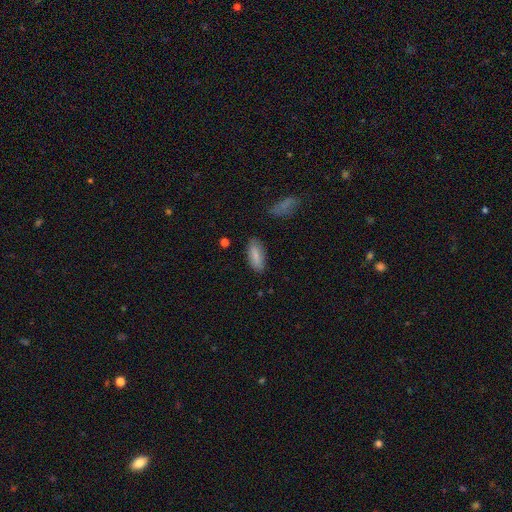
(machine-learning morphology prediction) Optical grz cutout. It shows a smooth galaxy with no disk features (84%) that is in between round and cigar-shaped (79%). Merging: none (81%).